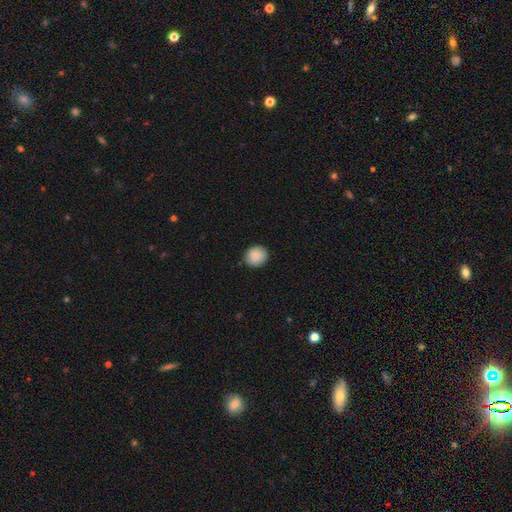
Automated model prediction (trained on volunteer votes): smooth 88%, star or artifact 7%, featured or disk 4%. Down the decision tree: how rounded — round (87%); merging — none (88%).